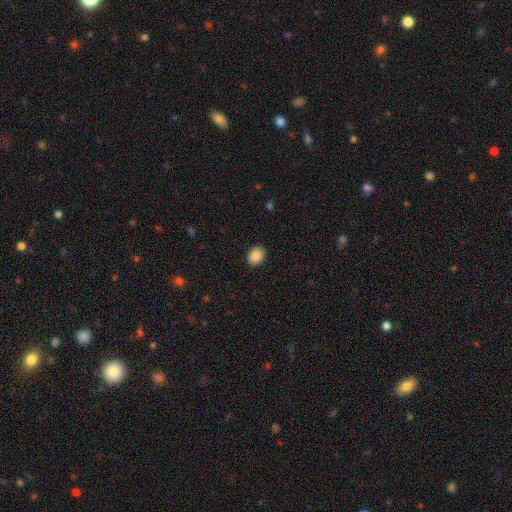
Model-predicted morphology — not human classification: Smooth or featured? Predicted: smooth (p=0.89). How rounded? Predicted: in between (p=0.63). Merging? Predicted: none (p=0.90).